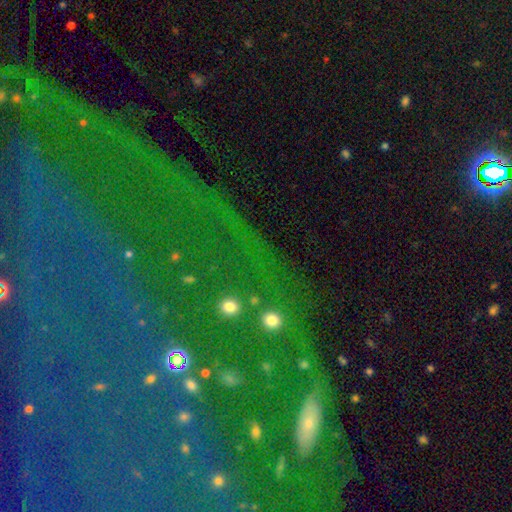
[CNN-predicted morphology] Smooth or featured? Predicted: star or artifact (p=0.69).